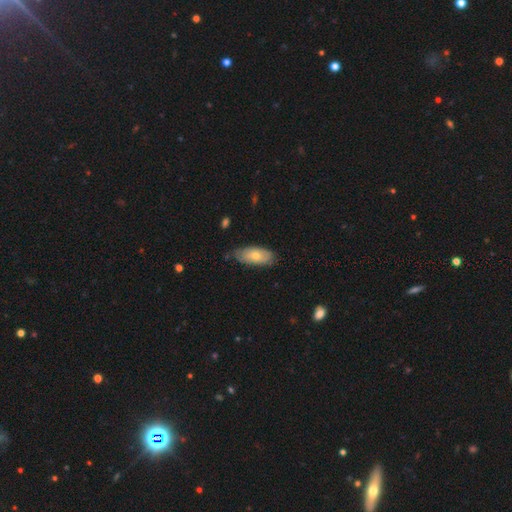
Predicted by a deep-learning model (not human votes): This is likely a smooth galaxy (62%). How rounded: clearly in between (89%). Merging: likely none (68%).